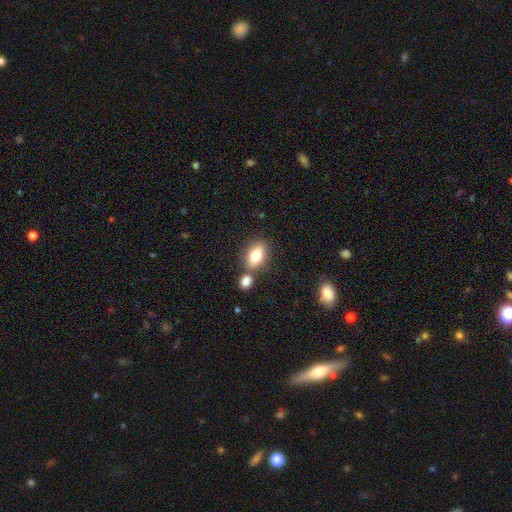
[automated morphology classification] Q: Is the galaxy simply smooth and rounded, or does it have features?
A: smooth — 77%.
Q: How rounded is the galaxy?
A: in between — 83%.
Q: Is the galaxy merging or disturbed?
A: none — 64%.